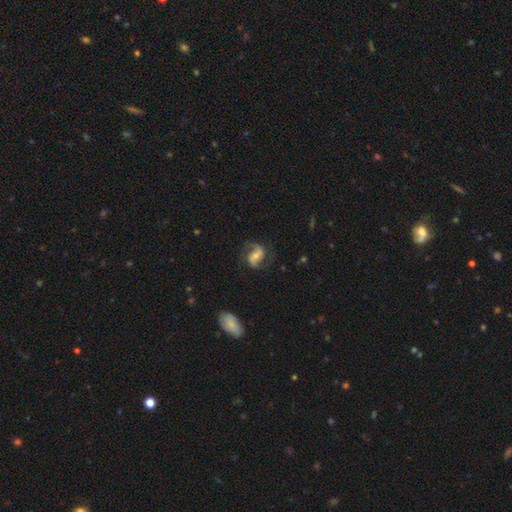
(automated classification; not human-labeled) Smooth or featured? featured or disk (76%)
Edge-on disk? no (97%)
Bar? weak (38%)
Spiral arms? yes (94%)
Spiral winding? medium (46%)
Spiral arm count? 2 (89%)
Bulge size? small (46%)
Merging? none (70%)